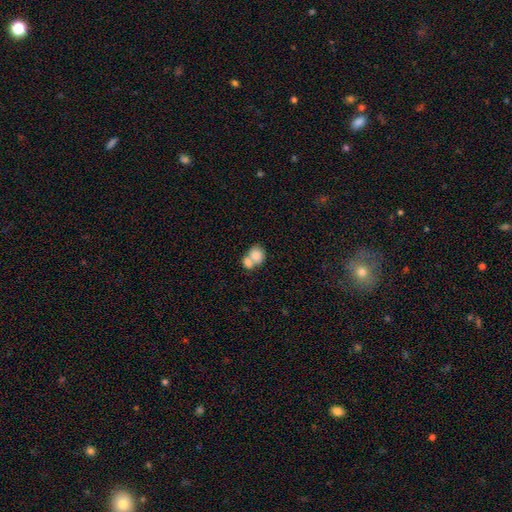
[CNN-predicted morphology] Smooth or featured: smooth — 79% (featured or disk — 13%)
How rounded: round — 59% (in between — 40%)
Merging: merger — 65% (none — 25%)